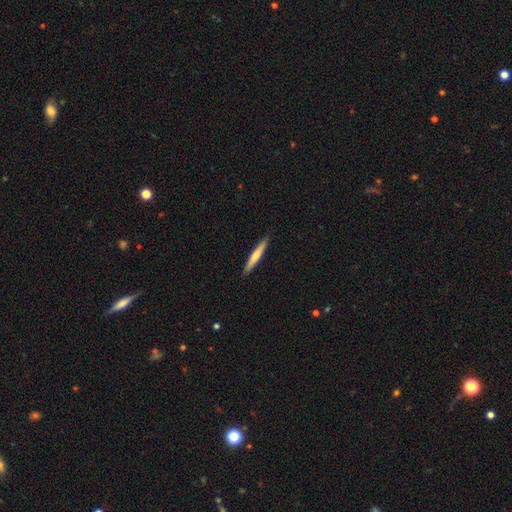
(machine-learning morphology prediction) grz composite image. It shows a smooth galaxy with no disk features (63%) that is cigar-shaped (95%). Merging: none (91%).